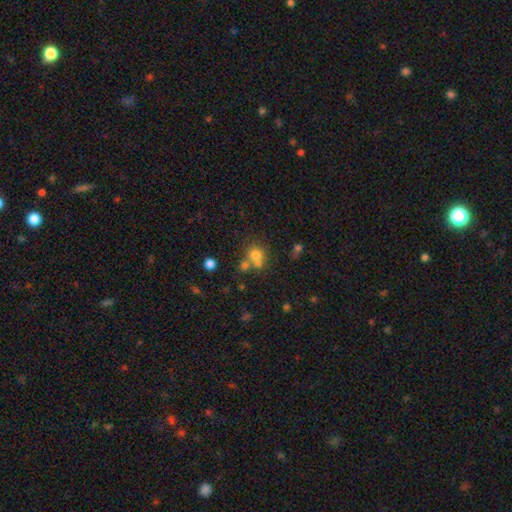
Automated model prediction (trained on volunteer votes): smooth_or_featured: smooth (p=0.71) [alt: star or artifact p=0.16]
how_rounded: round (p=0.80) [alt: in between p=0.19]
merging: none (p=0.45) [alt: merger p=0.41]